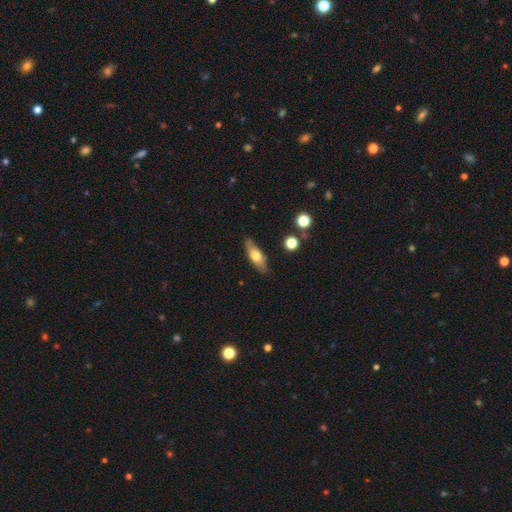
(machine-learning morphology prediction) smooth 56%, featured or disk 38%, star or artifact 6%. Down the decision tree: how rounded — in between (57%); merging — none (83%).